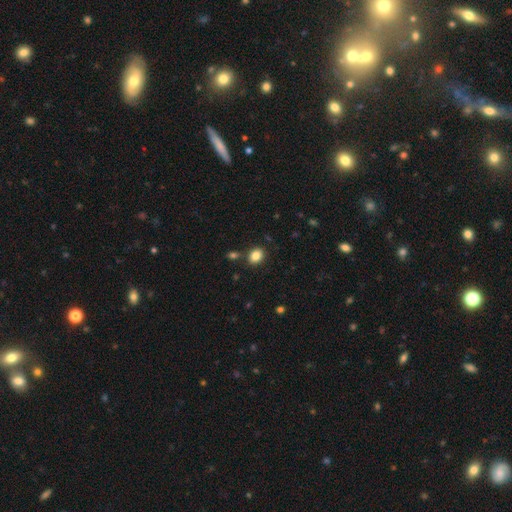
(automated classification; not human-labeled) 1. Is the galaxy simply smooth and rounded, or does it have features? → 85% smooth, 10% star or artifact, 5% featured or disk.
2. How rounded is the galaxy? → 56% in between, 43% round, 1% cigar-shaped.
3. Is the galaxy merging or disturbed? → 81% none, 10% minor disturbance, 7% merger, 3% major disturbance.